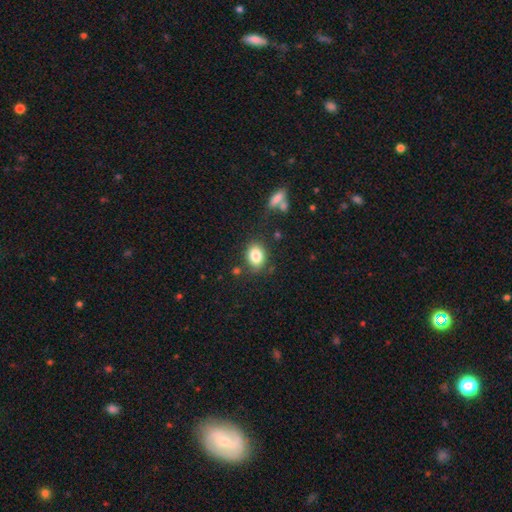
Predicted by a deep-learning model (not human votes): Morphology: type=smooth (83%); roundness=in between (62%); merging=none (78%).